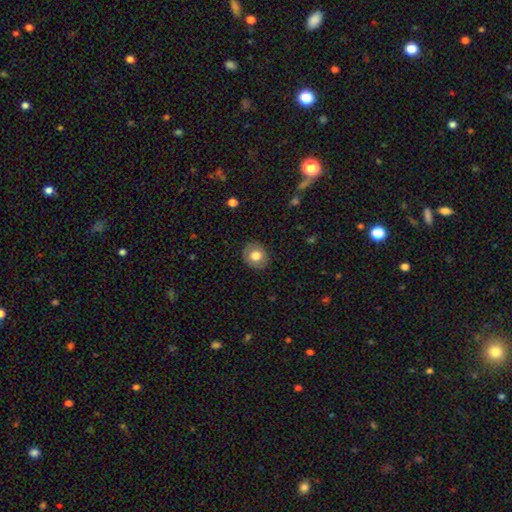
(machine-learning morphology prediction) Smooth or featured? Predicted: smooth (p=0.75). How rounded? Predicted: round (p=0.72). Merging? Predicted: none (p=0.88).